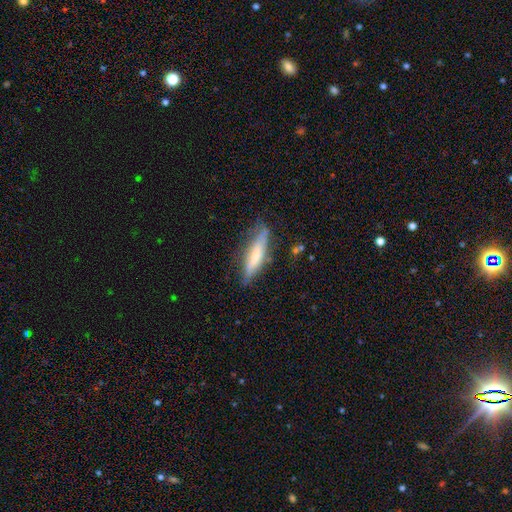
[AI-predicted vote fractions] Overall: smooth (56%; featured or disk 38%). How rounded: cigar-shaped (77%). Merging: none (67%).